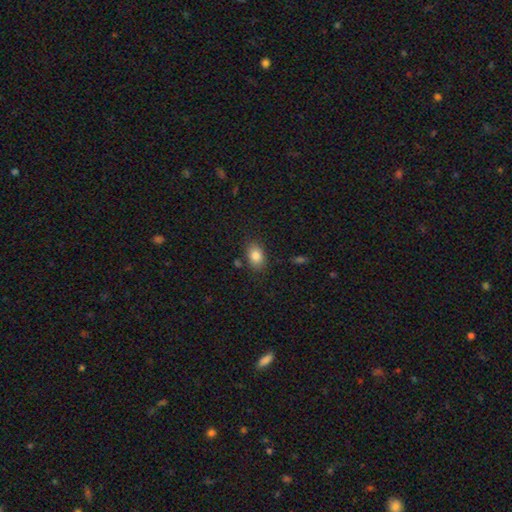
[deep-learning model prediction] Smooth or featured? smooth (84%)
How rounded? in between (82%)
Merging? none (82%)